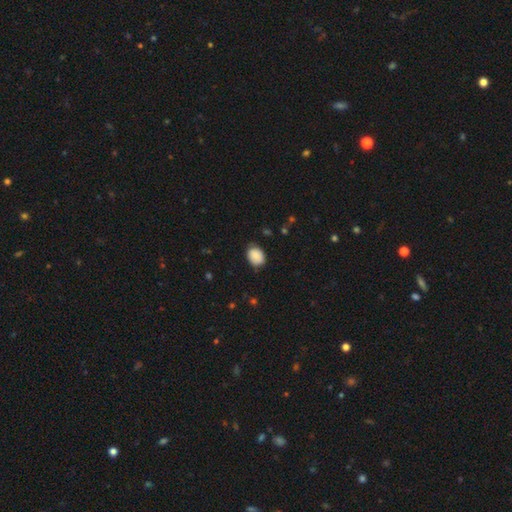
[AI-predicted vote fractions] Smooth or featured?
  - smooth: 86% *
  - star or artifact: 7%
  - featured or disk: 6%
How rounded?
  - in between: 64% *
  - round: 36%
  - cigar-shaped: 1%
Merging?
  - none: 75% *
  - minor disturbance: 20%
  - major disturbance: 4%
  - merger: 1%